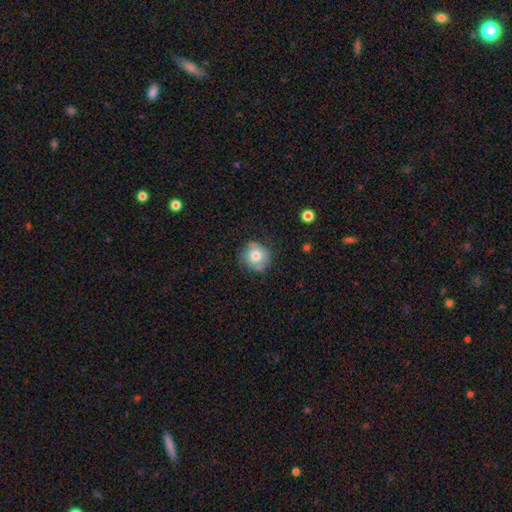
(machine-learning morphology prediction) type=smooth (70%); roundness=round (86%); merging=none (72%).